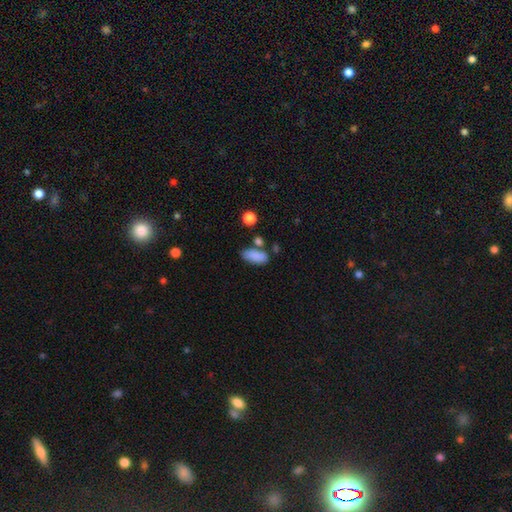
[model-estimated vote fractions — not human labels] The model was most divided on "merging": none: 65%, minor disturbance: 16%, merger: 14%, major disturbance: 5%. More confident: smooth or featured — smooth (86%); how rounded — in between (86%).